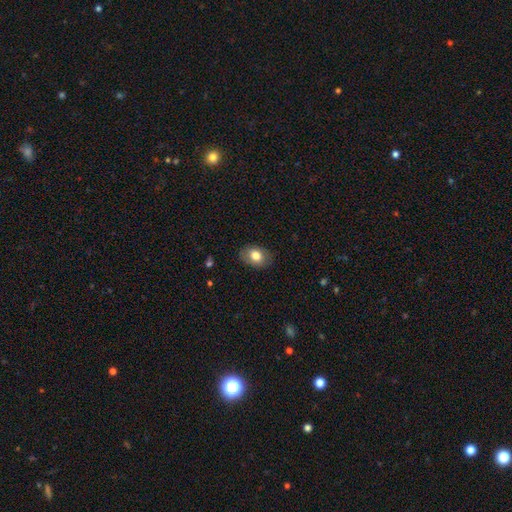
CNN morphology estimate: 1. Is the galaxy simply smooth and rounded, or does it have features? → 79% smooth, 13% featured or disk, 8% star or artifact.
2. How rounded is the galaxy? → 79% in between, 20% round, 1% cigar-shaped.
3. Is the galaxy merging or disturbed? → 85% none, 11% minor disturbance, 3% major disturbance, 1% merger.